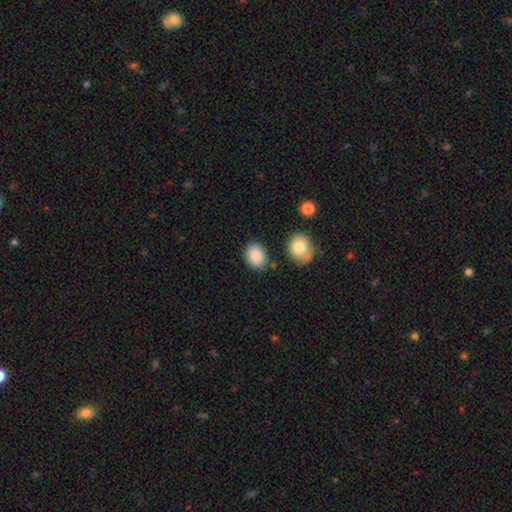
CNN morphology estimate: A smooth galaxy with no disk features (89%) that is in between round and cigar-shaped (58%). Merging: none (78%).